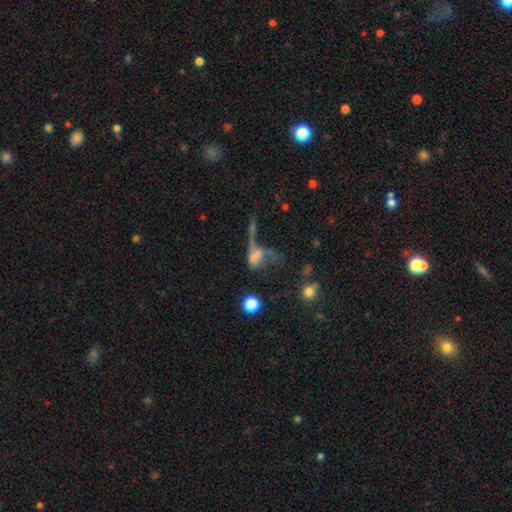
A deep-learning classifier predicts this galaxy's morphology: Smooth or featured? Predicted: smooth (p=0.50). How rounded? Predicted: in between (p=0.65). Merging? Predicted: major disturbance (p=0.43).